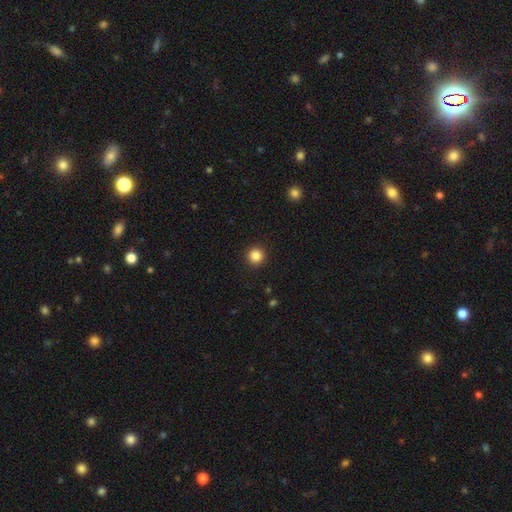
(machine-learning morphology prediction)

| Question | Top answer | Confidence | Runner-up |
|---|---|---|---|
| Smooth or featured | smooth | 85% | star or artifact (11%) |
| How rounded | round | 95% | in between (4%) |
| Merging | none | 93% | minor disturbance (4%) |